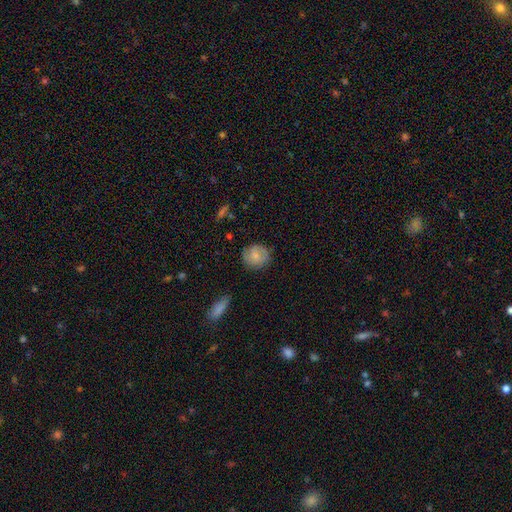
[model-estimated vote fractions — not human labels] smooth-or-featured: smooth: 68% | featured or disk: 25% | star or artifact: 7%
  how-rounded: round: 79% | in between: 19% | cigar-shaped: 1%
  merging: none: 77% | minor disturbance: 17% | major disturbance: 4% | merger: 1%